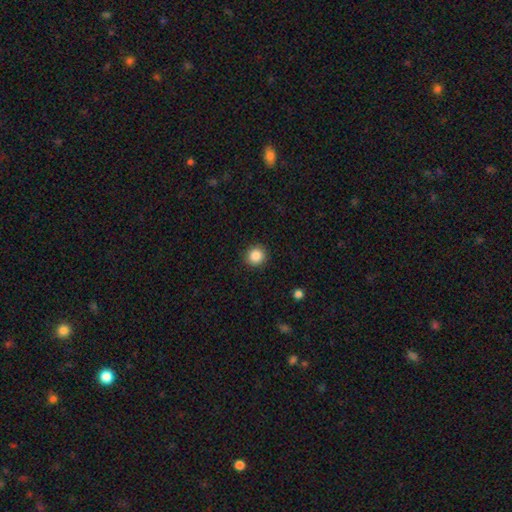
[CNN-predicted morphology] This appears to be a smooth galaxy with no disk features (86%) that is round (91%). Merging: none (91%).